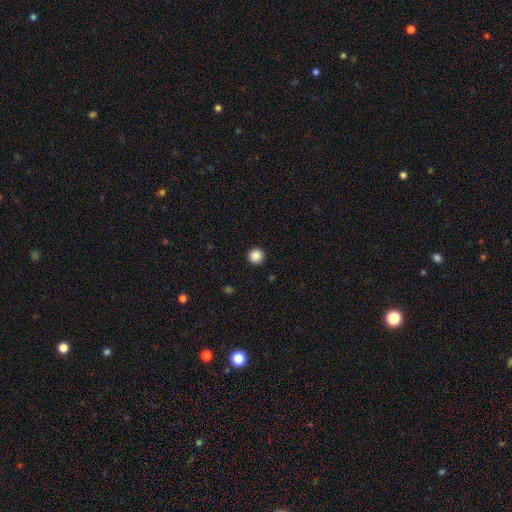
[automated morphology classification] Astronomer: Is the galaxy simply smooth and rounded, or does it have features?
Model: smooth — 88%.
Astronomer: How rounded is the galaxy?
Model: round — 96%.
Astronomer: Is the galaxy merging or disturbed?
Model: none — 93%.